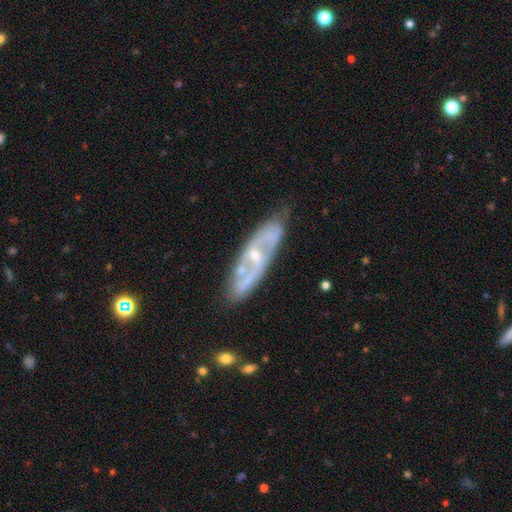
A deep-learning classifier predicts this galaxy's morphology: featured or disk 80%, smooth 14%, star or artifact 6%. Down the decision tree: edge-on disk — no (83%); bar — no (51%); spiral arms — yes (84%); spiral arm count — 2 (67%); spiral winding — medium (45%); bulge size — small (65%); merging — none (68%).